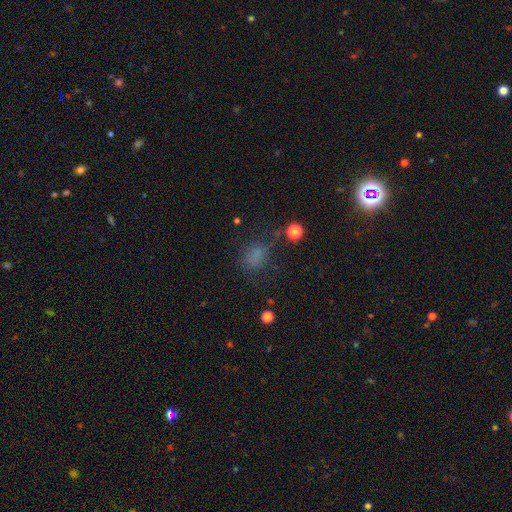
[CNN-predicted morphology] Q: Smooth or featured?
A: smooth (64%); runner-up: star or artifact (26%)
Q: How rounded?
A: in between (52%); runner-up: round (45%)
Q: Merging?
A: none (57%); runner-up: minor disturbance (22%)